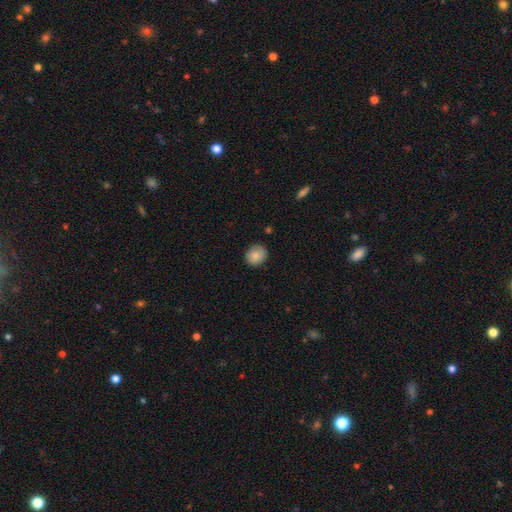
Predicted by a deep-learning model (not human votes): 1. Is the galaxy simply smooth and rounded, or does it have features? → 85% smooth, 8% star or artifact, 7% featured or disk.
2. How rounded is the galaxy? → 73% round, 26% in between, 1% cigar-shaped.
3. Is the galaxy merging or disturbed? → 85% none, 11% minor disturbance, 2% major disturbance, 1% merger.